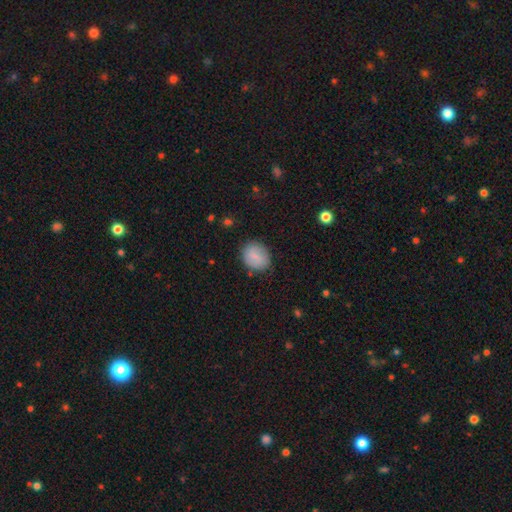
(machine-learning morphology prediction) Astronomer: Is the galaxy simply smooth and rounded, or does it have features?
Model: smooth — 79%.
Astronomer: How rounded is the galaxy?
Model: round — 52% (runner-up: in between, 46%).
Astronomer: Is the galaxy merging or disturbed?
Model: none — 81%.